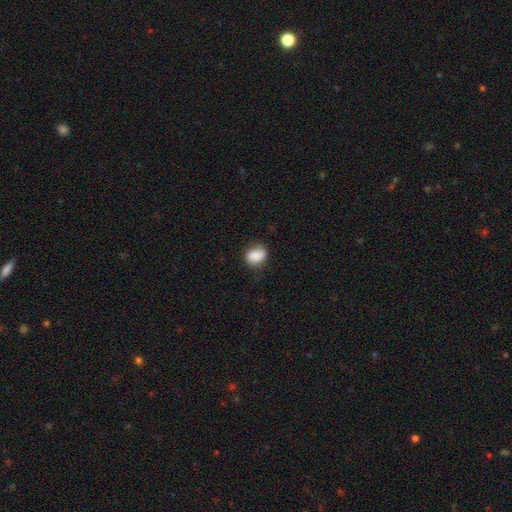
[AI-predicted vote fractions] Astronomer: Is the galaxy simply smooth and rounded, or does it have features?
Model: smooth — 84%.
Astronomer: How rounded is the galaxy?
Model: in between — 51% (runner-up: round, 48%).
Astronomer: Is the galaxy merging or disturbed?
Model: none — 71%.